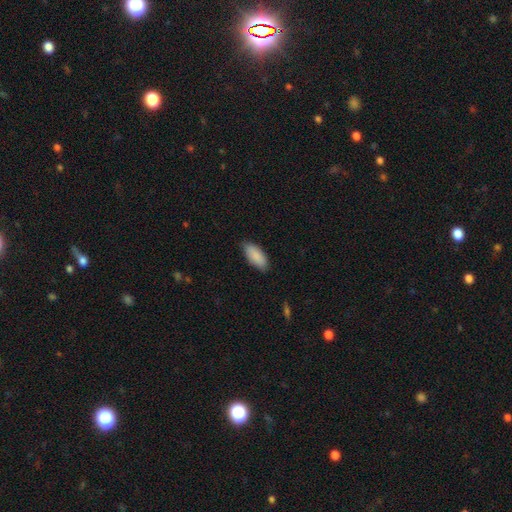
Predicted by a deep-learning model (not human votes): smooth-or-featured: smooth: 89% | featured or disk: 6% | star or artifact: 6%
  how-rounded: in between: 85% | cigar-shaped: 13% | round: 2%
  merging: none: 84% | minor disturbance: 13% | major disturbance: 2% | merger: 1%